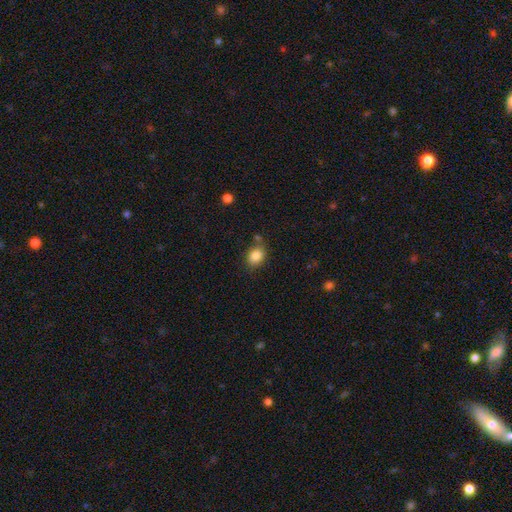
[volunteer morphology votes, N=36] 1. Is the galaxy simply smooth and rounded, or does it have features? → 89% smooth, 6% featured or disk, 6% star or artifact.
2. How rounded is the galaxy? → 59% in between, 38% round, 3% cigar-shaped.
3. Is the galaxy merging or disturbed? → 85% none, 12% minor disturbance, 3% merger, 0% major disturbance.